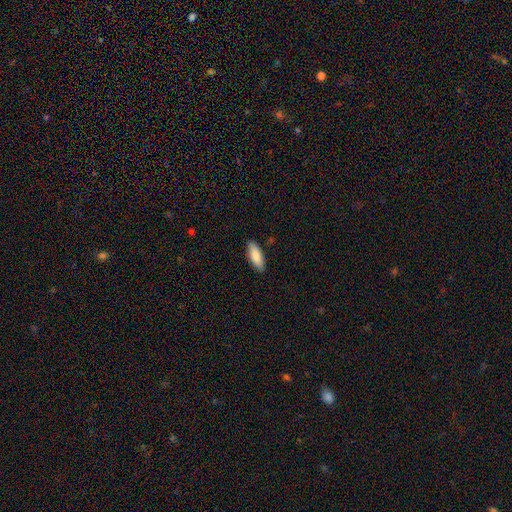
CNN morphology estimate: Smooth or featured?
  - smooth: 86% *
  - featured or disk: 9%
  - star or artifact: 6%
How rounded?
  - in between: 69% *
  - cigar-shaped: 30%
  - round: 2%
Merging?
  - none: 88% *
  - minor disturbance: 9%
  - major disturbance: 2%
  - merger: 1%